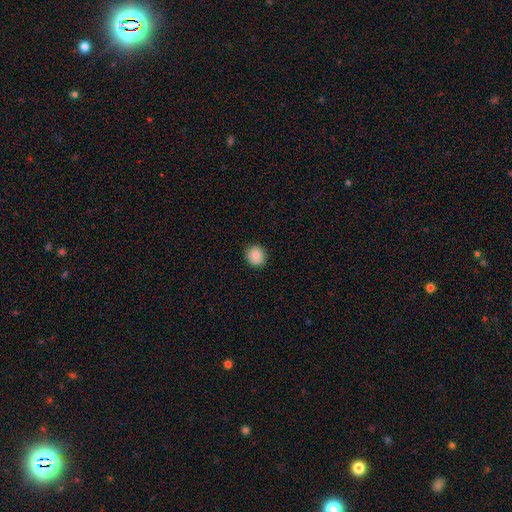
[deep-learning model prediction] smooth_or_featured: smooth (p=0.87) [alt: star or artifact p=0.08]
how_rounded: round (p=0.85) [alt: in between p=0.14]
merging: none (p=0.90) [alt: minor disturbance p=0.07]